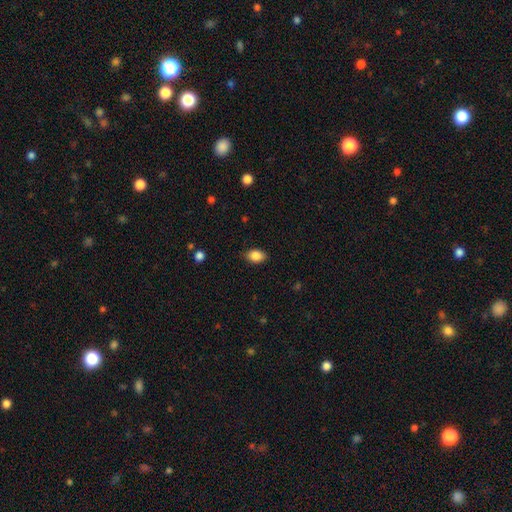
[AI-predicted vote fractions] smooth-or-featured: smooth: 86% | star or artifact: 8% | featured or disk: 6%
  how-rounded: in between: 83% | round: 15% | cigar-shaped: 1%
  merging: none: 82% | minor disturbance: 14% | major disturbance: 3% | merger: 1%